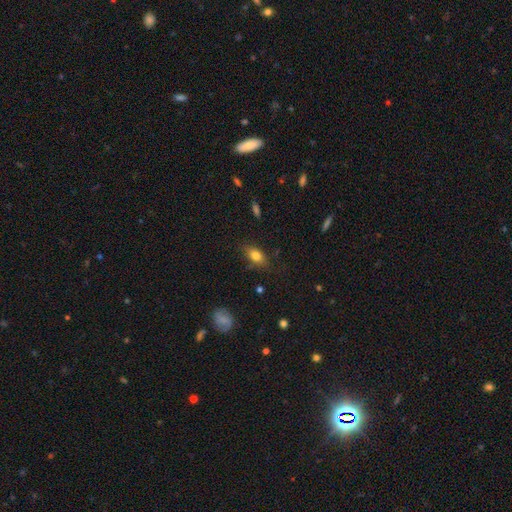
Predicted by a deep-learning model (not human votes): smooth-or-featured: smooth: 79% | featured or disk: 12% | star or artifact: 9%
  how-rounded: in between: 81% | round: 13% | cigar-shaped: 6%
  merging: none: 75% | minor disturbance: 18% | major disturbance: 5% | merger: 2%